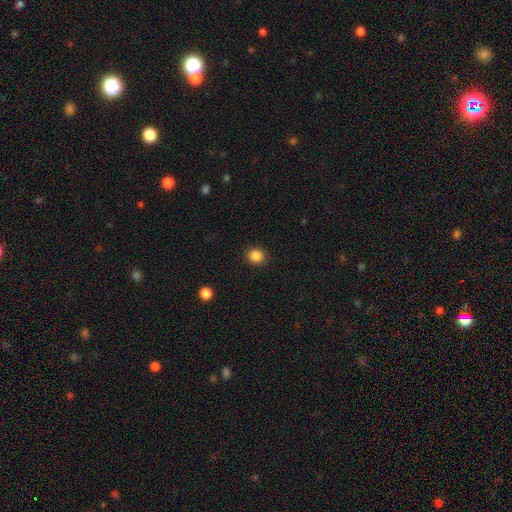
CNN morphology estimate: A smooth galaxy with no disk features (86%) that is round (86%). Merging: none (90%).